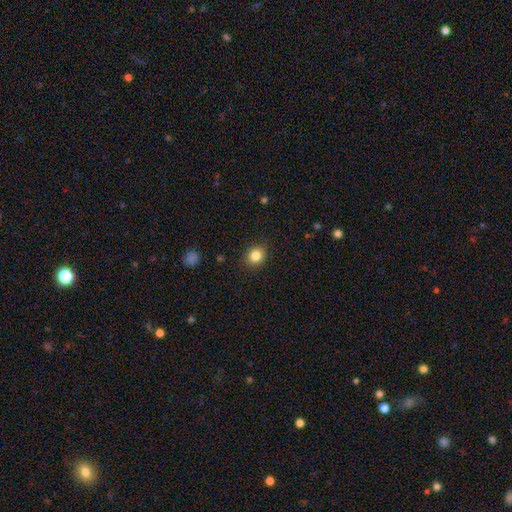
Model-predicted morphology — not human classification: type=smooth (84%); roundness=round (69%); merging=none (89%).